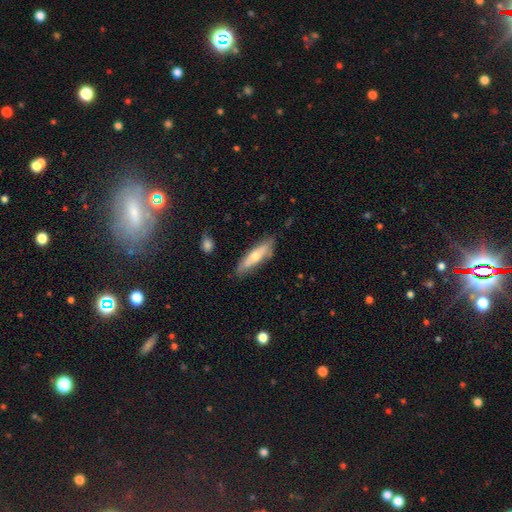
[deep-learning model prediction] smooth-or-featured: smooth: 56% | featured or disk: 39% | star or artifact: 6%
  how-rounded: cigar-shaped: 68% | in between: 30% | round: 2%
  merging: none: 78% | minor disturbance: 16% | major disturbance: 3% | merger: 2%